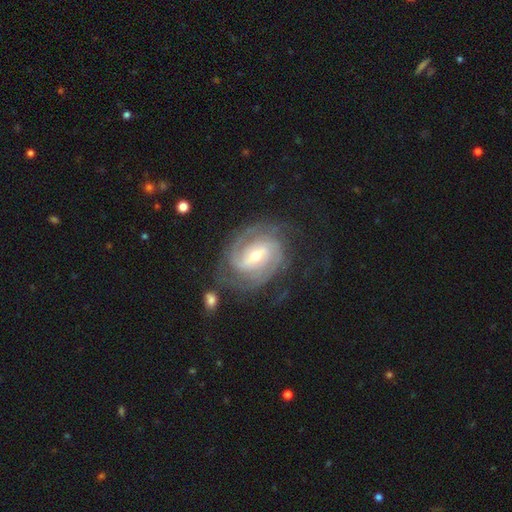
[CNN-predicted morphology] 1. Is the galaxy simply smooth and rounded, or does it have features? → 90% featured or disk, 6% smooth, 5% star or artifact.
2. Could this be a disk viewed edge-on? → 97% no, 3% yes.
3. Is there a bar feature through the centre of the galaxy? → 47% weak, 30% strong, 22% no.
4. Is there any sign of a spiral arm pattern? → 98% yes, 2% no.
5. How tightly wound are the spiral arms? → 64% tight, 30% medium, 6% loose.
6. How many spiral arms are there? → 43% 2, 24% 3, 17% can't tell, 8% 4, 4% 1, 4% more than 4.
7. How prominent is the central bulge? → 51% moderate, 44% small, 3% large, 1% none, 1% dominant.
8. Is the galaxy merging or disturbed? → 70% none, 17% minor disturbance, 10% major disturbance, 3% merger.